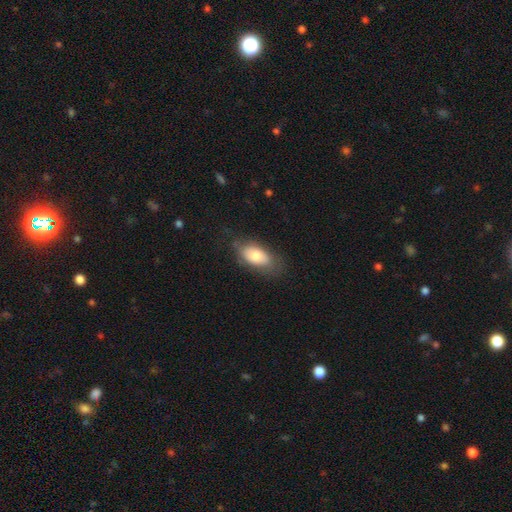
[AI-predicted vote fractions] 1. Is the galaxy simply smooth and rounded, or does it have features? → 71% smooth, 22% featured or disk, 7% star or artifact.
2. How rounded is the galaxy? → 90% in between, 6% cigar-shaped, 4% round.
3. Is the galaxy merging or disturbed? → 67% none, 23% minor disturbance, 9% major disturbance, 1% merger.